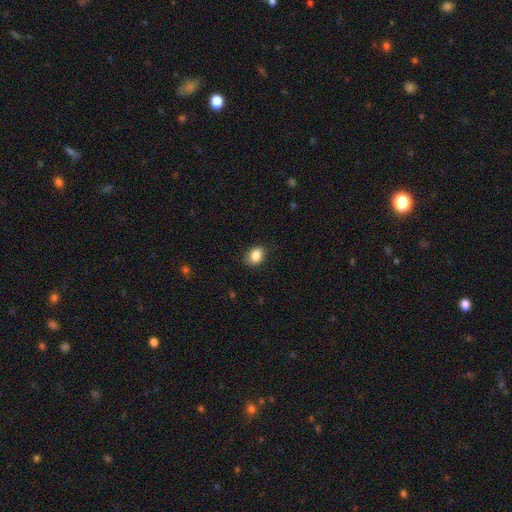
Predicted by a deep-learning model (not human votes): Smooth or featured: smooth — 86% (star or artifact — 9%)
How rounded: in between — 65% (round — 33%)
Merging: none — 81% (minor disturbance — 14%)